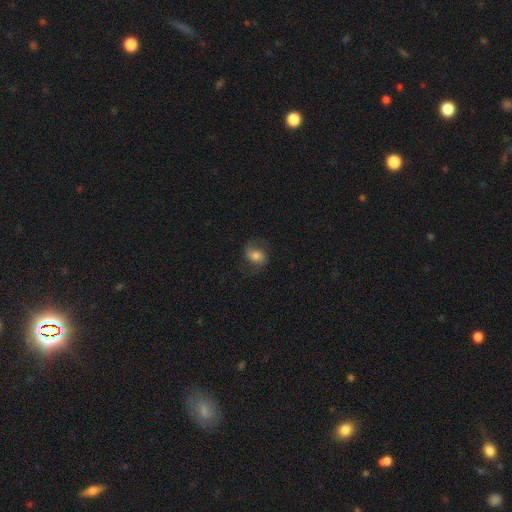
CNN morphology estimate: smooth_or_featured: featured or disk (p=0.45) [alt: smooth p=0.44]
merging: none (p=0.69) [alt: minor disturbance p=0.18]